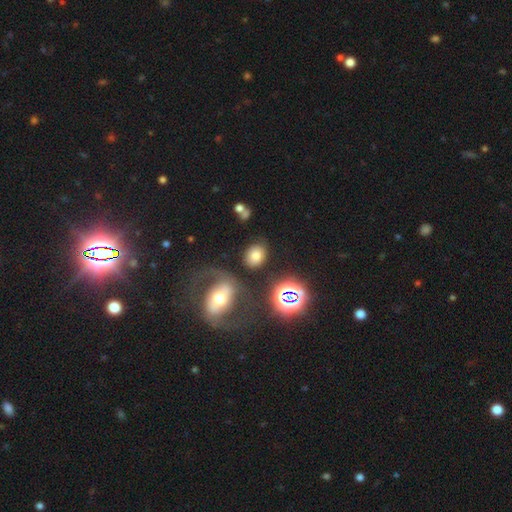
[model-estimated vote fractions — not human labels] Smooth or featured? smooth (69%)
How rounded? in between (53%)
Merging? none (75%)